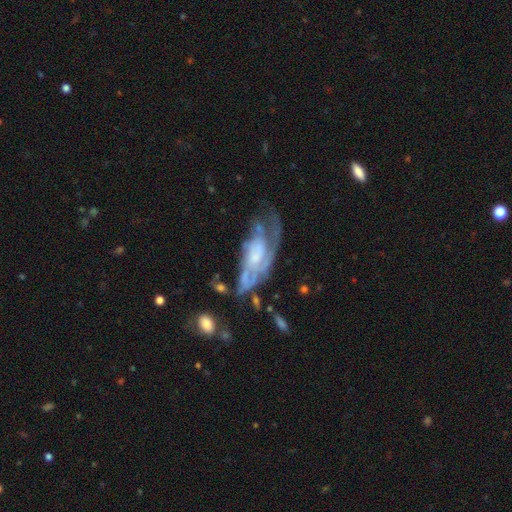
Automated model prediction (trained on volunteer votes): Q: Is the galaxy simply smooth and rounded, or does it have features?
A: featured or disk — 80%.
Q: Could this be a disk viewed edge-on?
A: no — 91%.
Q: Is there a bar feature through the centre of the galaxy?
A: no — 62%.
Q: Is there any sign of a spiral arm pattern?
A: yes — 89%.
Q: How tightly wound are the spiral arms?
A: tight — 48%.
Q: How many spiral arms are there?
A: can't tell — 37%.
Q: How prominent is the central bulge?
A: small — 40%.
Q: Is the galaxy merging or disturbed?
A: none — 43%.